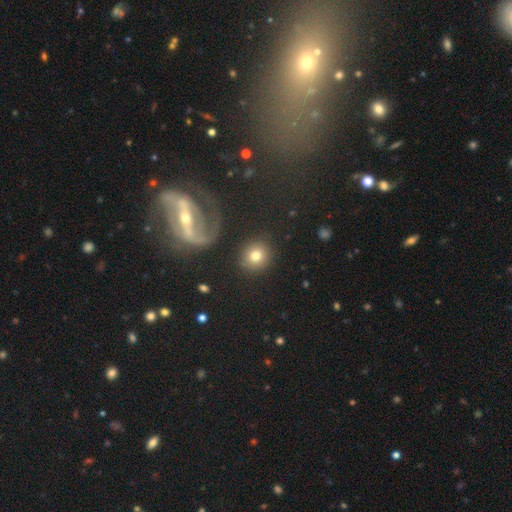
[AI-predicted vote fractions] This appears to be a smooth galaxy with no disk features (75%) that is round (88%). Merging: none (86%).